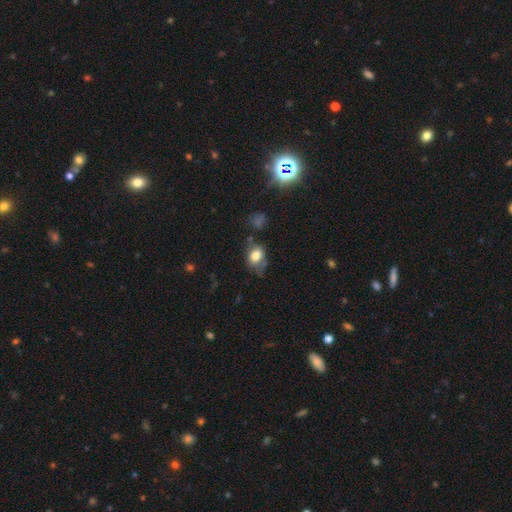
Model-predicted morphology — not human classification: Smooth or featured?
  - smooth: 73% *
  - featured or disk: 17%
  - star or artifact: 9%
How rounded?
  - in between: 70% *
  - round: 28%
  - cigar-shaped: 2%
Merging?
  - none: 51% *
  - minor disturbance: 30%
  - major disturbance: 15%
  - merger: 5%